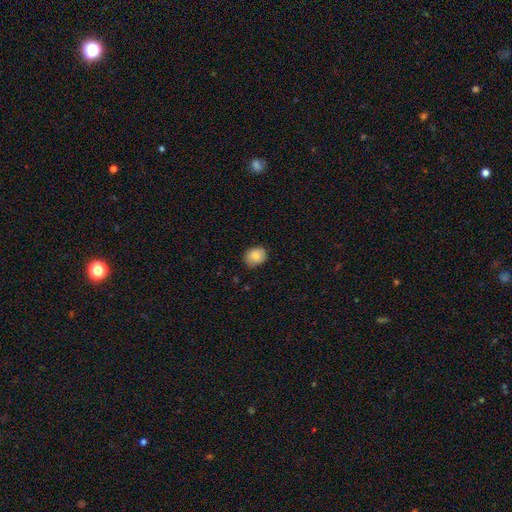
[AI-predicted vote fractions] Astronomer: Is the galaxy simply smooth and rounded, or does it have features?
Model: smooth — 86%.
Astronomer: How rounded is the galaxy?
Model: round — 54% (runner-up: in between, 45%).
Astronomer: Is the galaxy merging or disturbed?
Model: none — 80%.